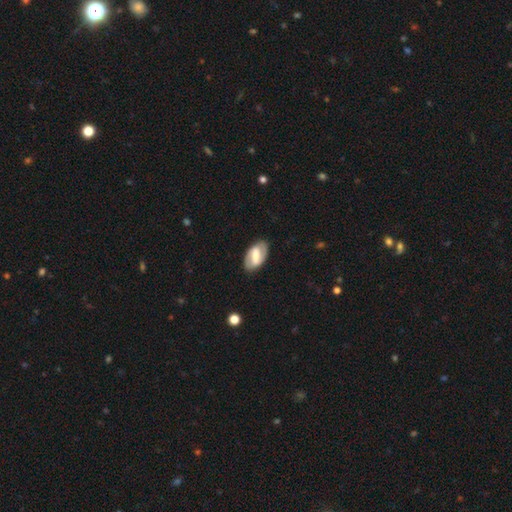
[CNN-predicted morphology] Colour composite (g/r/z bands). It shows a featured or disk galaxy (67%) with a strong bar (52%), spiral arms (74%) and a moderate central bulge (48%). Merging: none (85%).